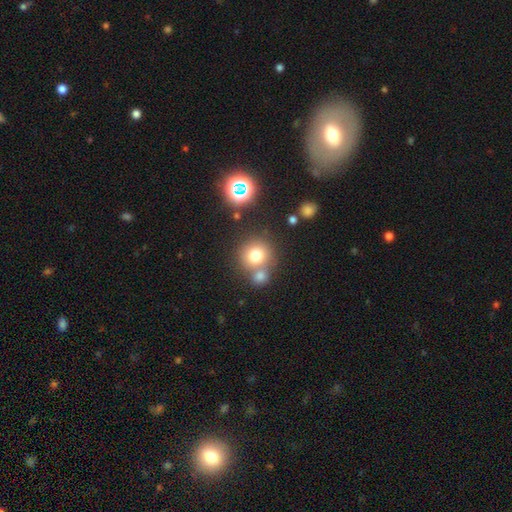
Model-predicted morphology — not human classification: A smooth galaxy with no disk features (74%) that is round (91%). Merging: none (57%).